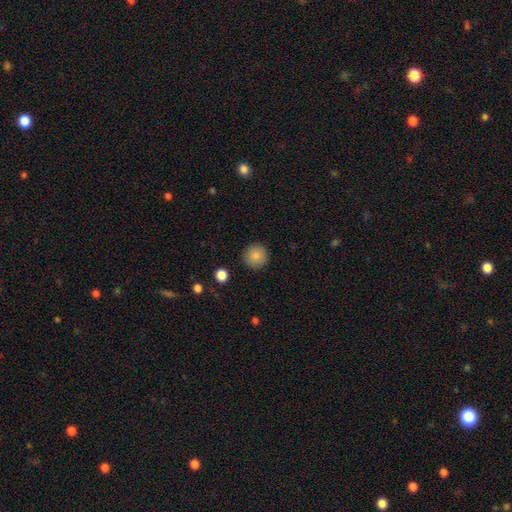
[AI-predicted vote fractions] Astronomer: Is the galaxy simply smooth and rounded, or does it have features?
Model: smooth — 86%.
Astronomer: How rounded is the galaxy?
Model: round — 96%.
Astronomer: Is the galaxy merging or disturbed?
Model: none — 92%.